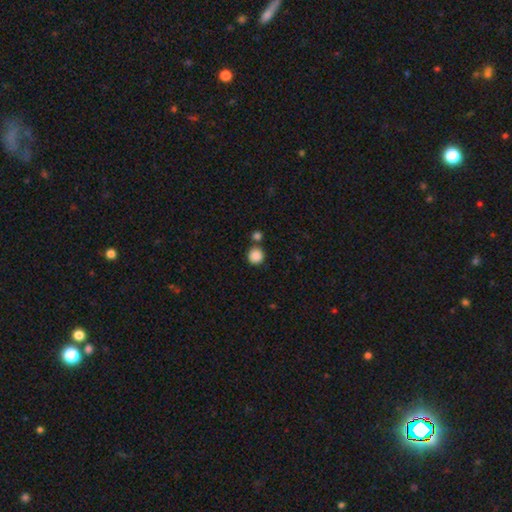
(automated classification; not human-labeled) smooth 87%, star or artifact 9%, featured or disk 3%. Down the decision tree: how rounded — round (93%); merging — none (73%).